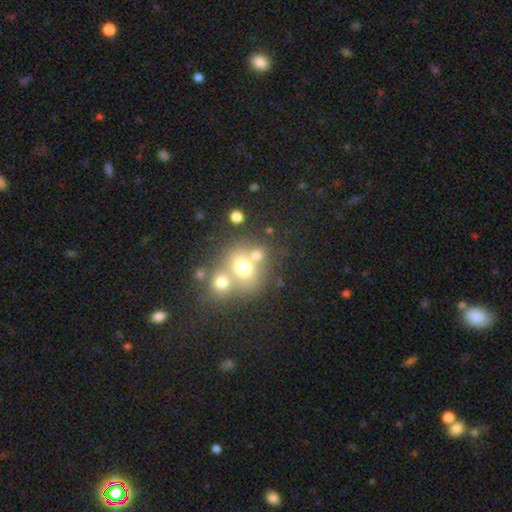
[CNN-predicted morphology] Smooth or featured? Predicted: smooth (p=0.59). How rounded? Predicted: round (p=0.64). Merging? Predicted: merger (p=0.49).